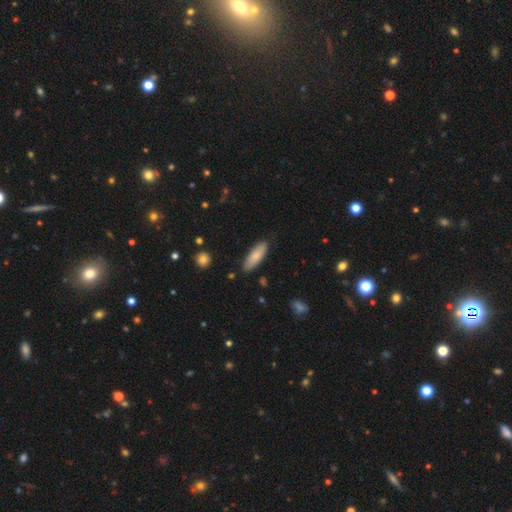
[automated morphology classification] smooth 76%, featured or disk 18%, star or artifact 6%. Down the decision tree: how rounded — in between (64%); merging — none (84%).